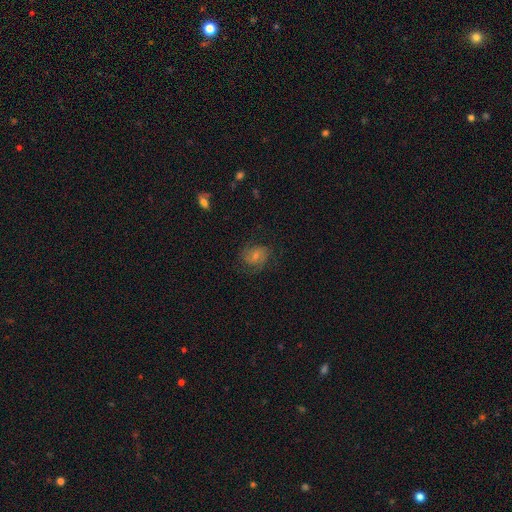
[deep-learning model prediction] Morphology: type=featured or disk (54%); edge-on=no (97%); bar=no (60%); spiral arms=yes (88%); bulge=small (51%); merging=none (74%).